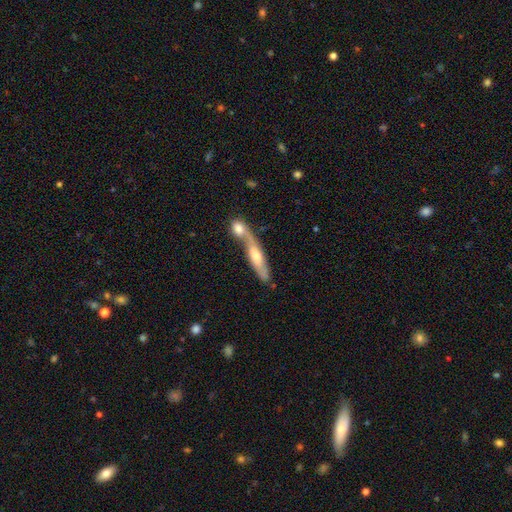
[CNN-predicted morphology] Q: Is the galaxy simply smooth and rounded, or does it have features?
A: featured or disk — 50%.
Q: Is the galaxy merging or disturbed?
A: merger — 57%.